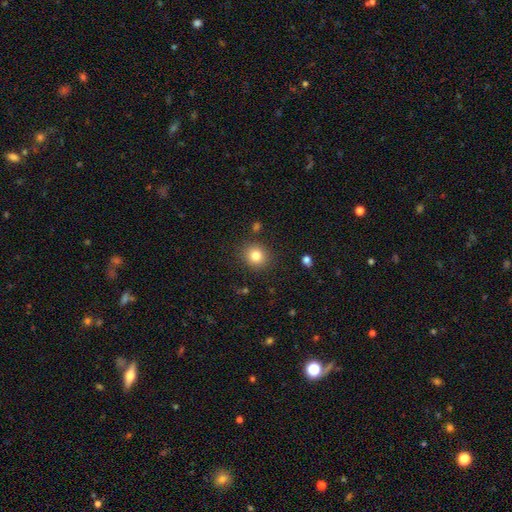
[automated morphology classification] Smooth or featured?
  - smooth: 82% *
  - star or artifact: 11%
  - featured or disk: 7%
How rounded?
  - round: 87% *
  - in between: 12%
  - cigar-shaped: 1%
Merging?
  - none: 87% *
  - minor disturbance: 8%
  - major disturbance: 3%
  - merger: 2%